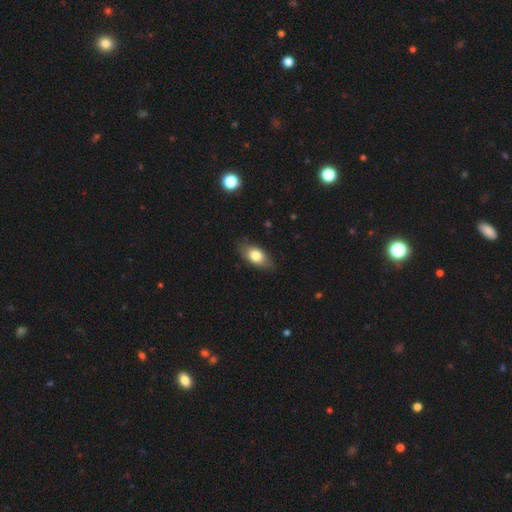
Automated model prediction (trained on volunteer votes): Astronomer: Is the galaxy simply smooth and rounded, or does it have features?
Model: smooth — 77%.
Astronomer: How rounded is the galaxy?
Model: in between — 88%.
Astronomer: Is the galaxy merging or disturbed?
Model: none — 80%.